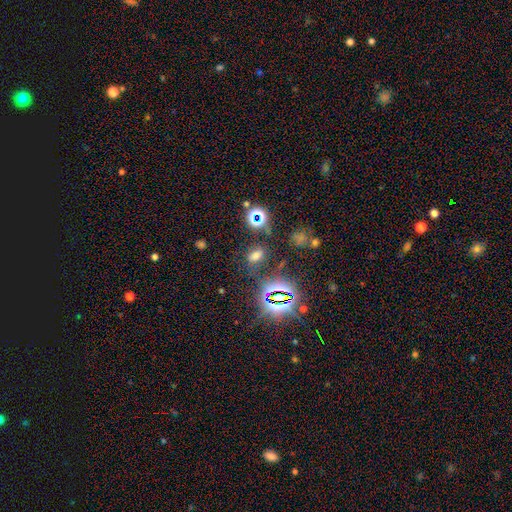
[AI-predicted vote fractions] Smooth or featured? smooth (50%)
How rounded? in between (80%)
Merging? none (71%)